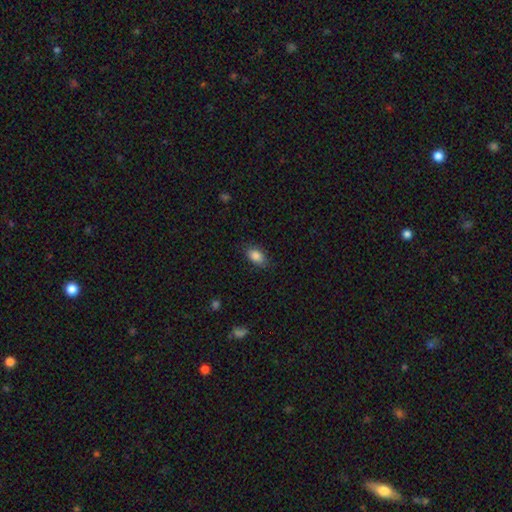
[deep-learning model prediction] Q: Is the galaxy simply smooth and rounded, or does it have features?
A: smooth — 85%.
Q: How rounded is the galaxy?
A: in between — 87%.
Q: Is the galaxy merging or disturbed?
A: none — 80%.